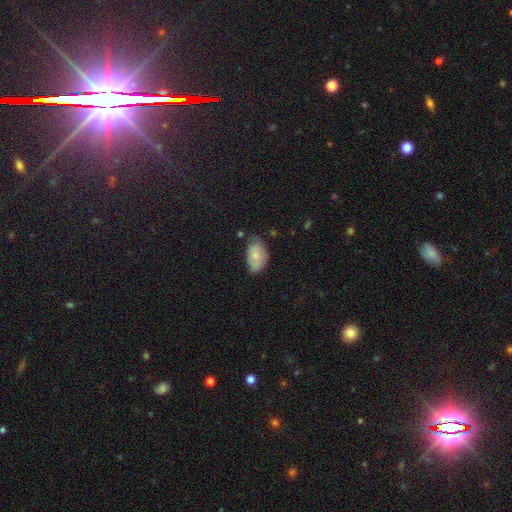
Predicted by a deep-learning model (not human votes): The model was most divided on "merging": none: 62%, minor disturbance: 30%, major disturbance: 5%, merger: 3%. More confident: how rounded — in between (93%); smooth or featured — smooth (77%).